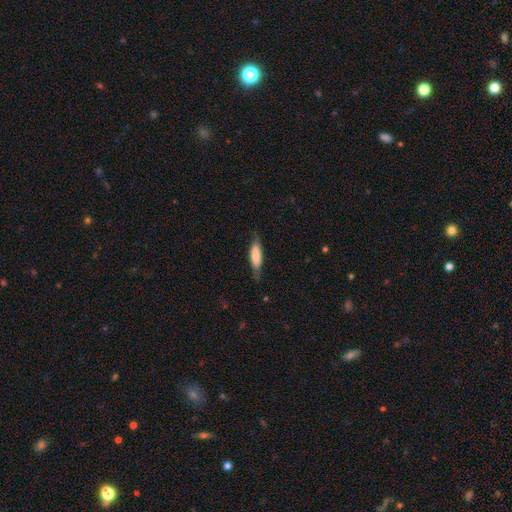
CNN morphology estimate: smooth 70%, featured or disk 24%, star or artifact 6%. Down the decision tree: how rounded — cigar-shaped (50%); merging — none (71%).